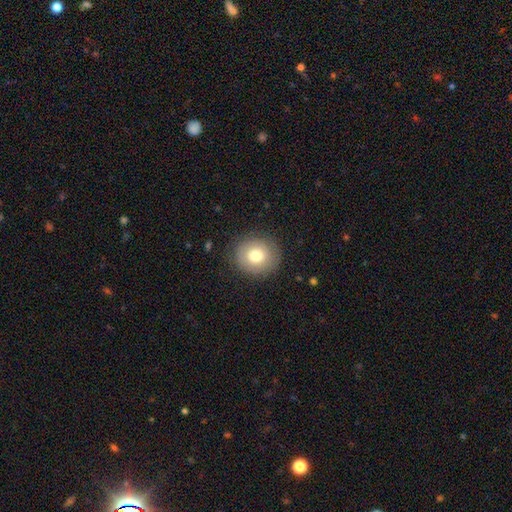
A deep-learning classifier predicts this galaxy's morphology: Smooth or featured: smooth — 76% (featured or disk — 15%)
How rounded: round — 84% (in between — 15%)
Merging: none — 87% (minor disturbance — 9%)